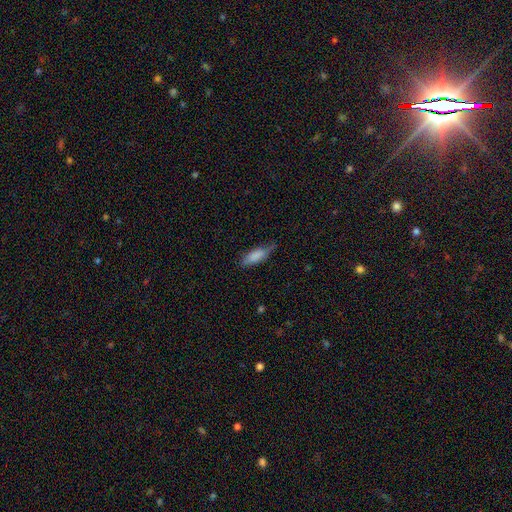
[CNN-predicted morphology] smooth_or_featured: smooth (p=0.82) [alt: featured or disk p=0.12]
how_rounded: in between (p=0.57) [alt: cigar-shaped p=0.41]
merging: none (p=0.61) [alt: minor disturbance p=0.31]